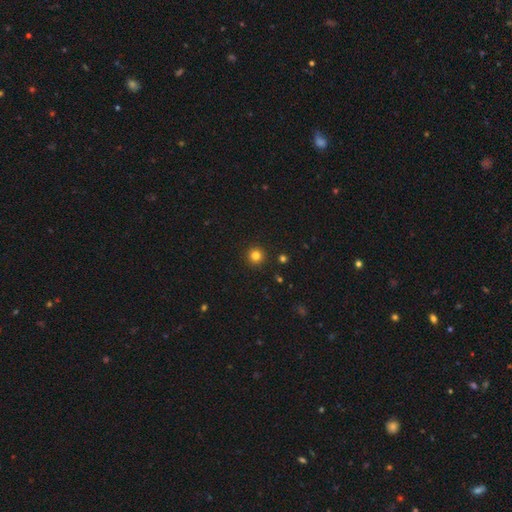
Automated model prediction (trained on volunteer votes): Overall: smooth (81%). How rounded: round (96%). Merging: none (93%).